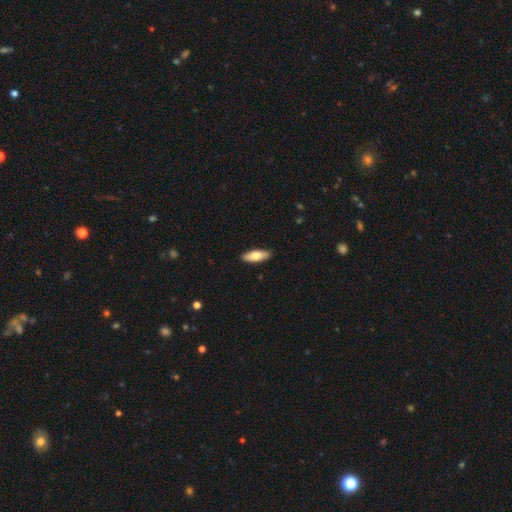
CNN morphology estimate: Q: Smooth or featured?
A: smooth (77%); runner-up: featured or disk (18%)
Q: How rounded?
A: in between (63%); runner-up: cigar-shaped (35%)
Q: Merging?
A: none (90%); runner-up: minor disturbance (8%)